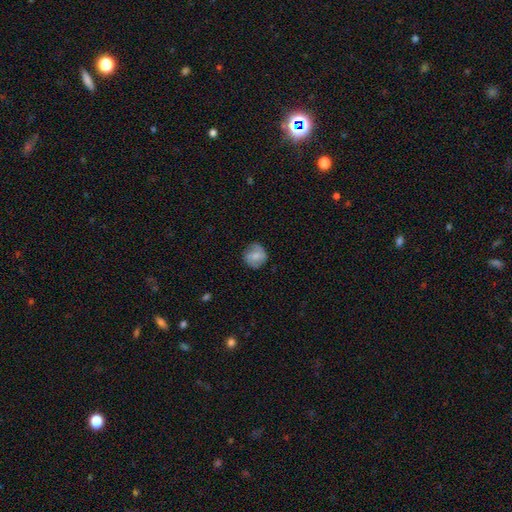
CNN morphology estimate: Overall: smooth (69%). How rounded: round (87%). Merging: none (77%).